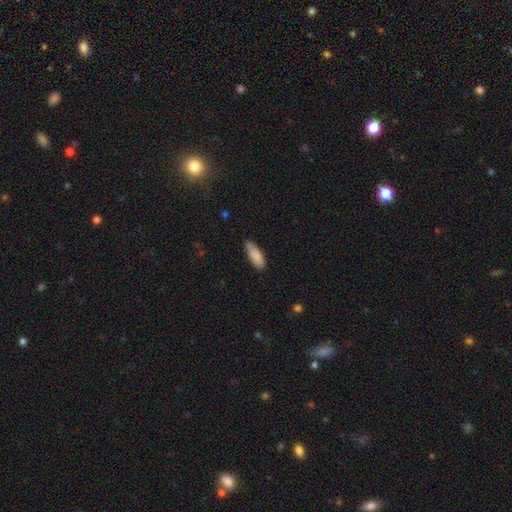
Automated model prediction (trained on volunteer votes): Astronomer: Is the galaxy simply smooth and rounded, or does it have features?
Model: smooth — 87%.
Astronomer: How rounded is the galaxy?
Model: in between — 70%.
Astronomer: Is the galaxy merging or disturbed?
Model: none — 72%.